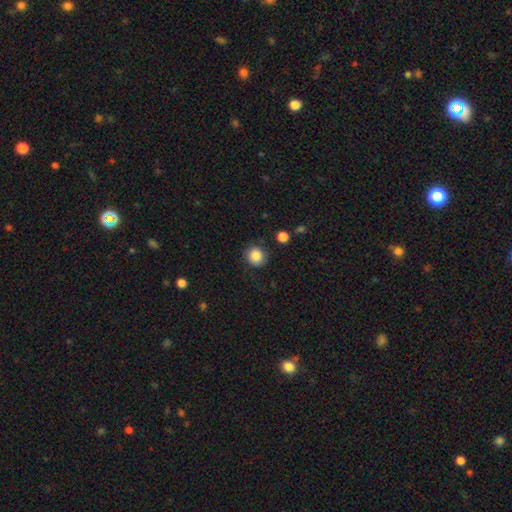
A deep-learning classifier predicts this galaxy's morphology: Smooth or featured: smooth — 85% (star or artifact — 9%)
How rounded: round — 90% (in between — 9%)
Merging: none — 82% (minor disturbance — 12%)